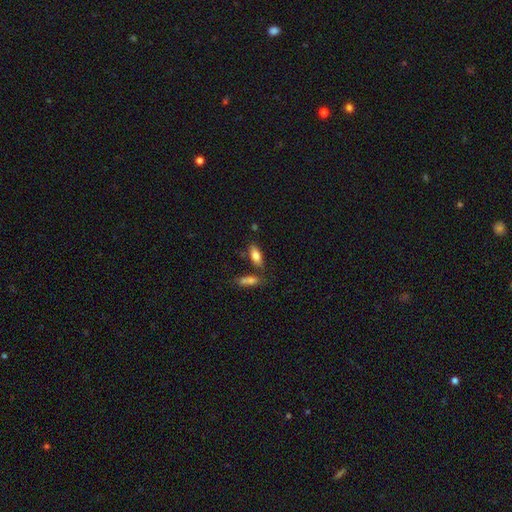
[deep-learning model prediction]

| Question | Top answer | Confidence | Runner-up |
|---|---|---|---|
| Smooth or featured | smooth | 78% | featured or disk (15%) |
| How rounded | in between | 77% | cigar-shaped (21%) |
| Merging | none | 66% | merger (17%) |